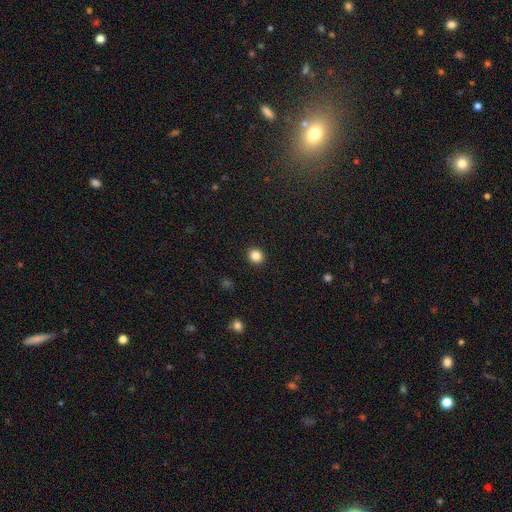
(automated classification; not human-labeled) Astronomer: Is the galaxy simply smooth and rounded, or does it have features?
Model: smooth — 85%.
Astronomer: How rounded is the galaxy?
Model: round — 85%.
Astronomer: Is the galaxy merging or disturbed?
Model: none — 93%.